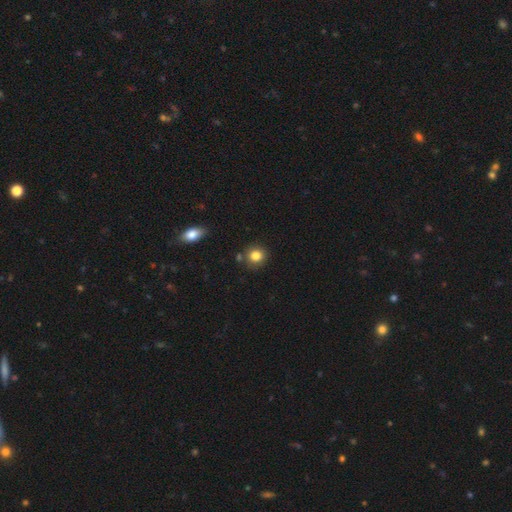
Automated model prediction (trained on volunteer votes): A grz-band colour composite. It shows a smooth galaxy with no disk features (84%) that is round (85%). Merging: none (80%).